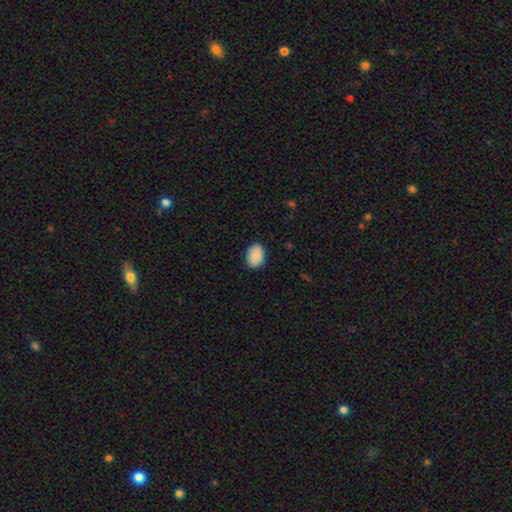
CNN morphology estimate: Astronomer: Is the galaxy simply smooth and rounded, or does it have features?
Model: smooth — 88%.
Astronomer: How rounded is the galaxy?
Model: in between — 78%.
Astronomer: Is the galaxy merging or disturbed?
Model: none — 85%.